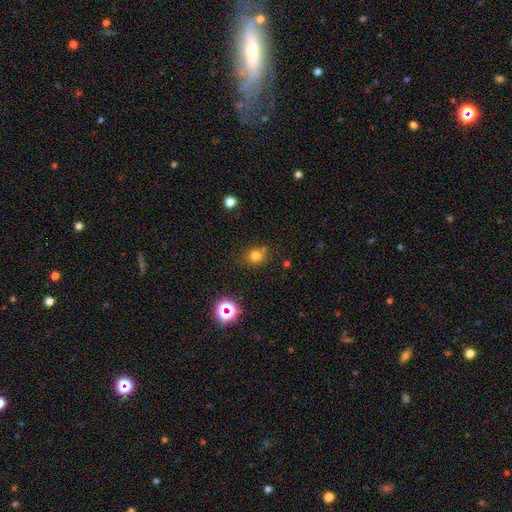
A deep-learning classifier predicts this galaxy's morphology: Overall: smooth (75%). How rounded: round (74%). Merging: none (70%).